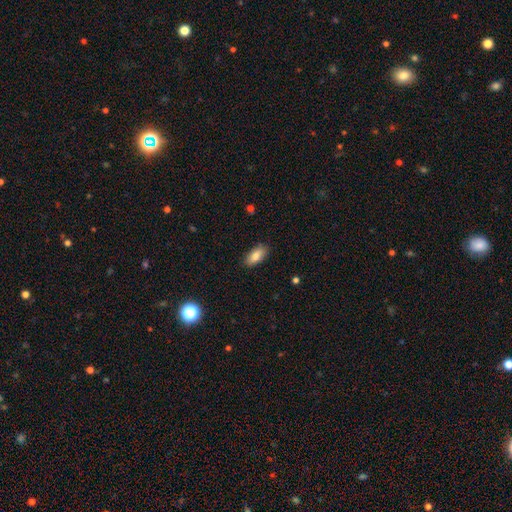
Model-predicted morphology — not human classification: Smooth or featured? smooth (83%)
How rounded? in between (87%)
Merging? none (87%)